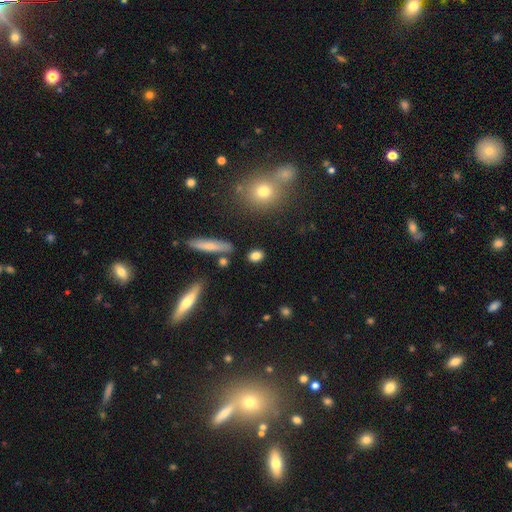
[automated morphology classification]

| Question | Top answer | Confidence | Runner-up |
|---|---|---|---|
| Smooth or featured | smooth | 81% | star or artifact (10%) |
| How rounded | in between | 60% | round (32%) |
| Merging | none | 82% | minor disturbance (11%) |